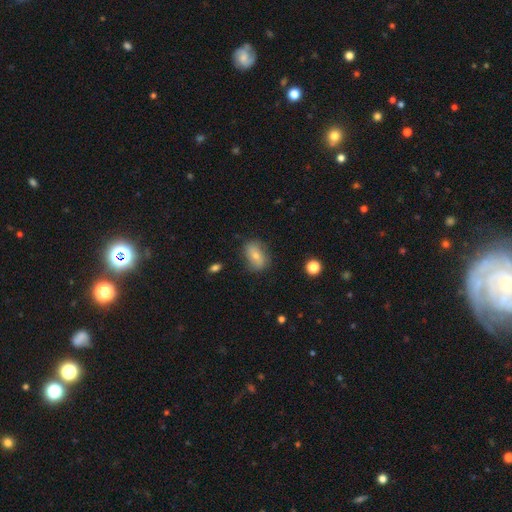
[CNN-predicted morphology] A smooth galaxy with no disk features (62%) that is in between round and cigar-shaped (80%).

Vote fractions:
- Smooth or featured? smooth: 62% / featured or disk: 29% / star or artifact: 8%
- How rounded? in between: 80% / round: 17% / cigar-shaped: 3%
- Merging? none: 75% / minor disturbance: 18% / major disturbance: 5% / merger: 2%